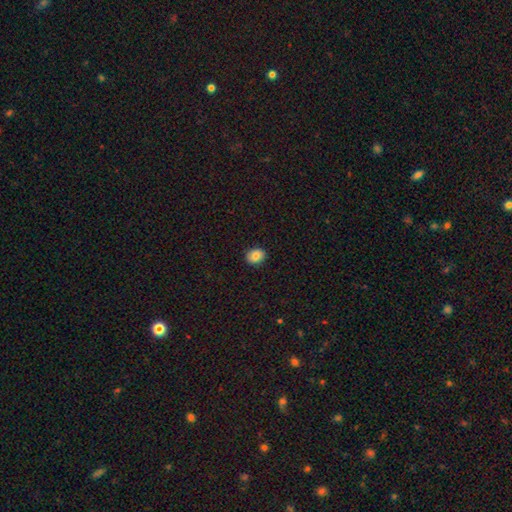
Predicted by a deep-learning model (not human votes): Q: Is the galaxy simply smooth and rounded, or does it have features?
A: smooth — 84%.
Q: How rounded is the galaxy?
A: round — 52%.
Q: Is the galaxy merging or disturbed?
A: none — 89%.